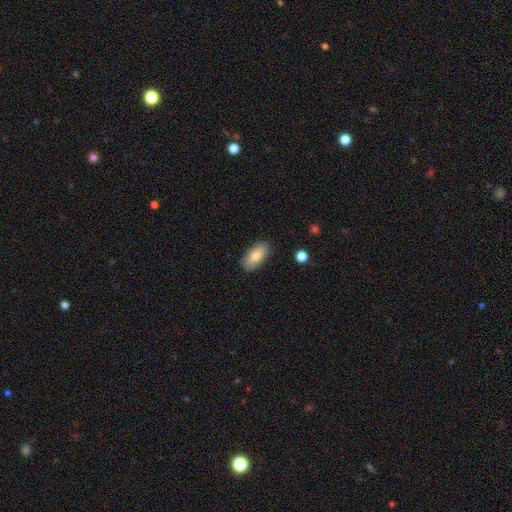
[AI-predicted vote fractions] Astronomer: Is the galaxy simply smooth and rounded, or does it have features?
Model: smooth — 80%.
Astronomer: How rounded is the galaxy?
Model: in between — 91%.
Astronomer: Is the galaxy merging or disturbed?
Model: none — 86%.